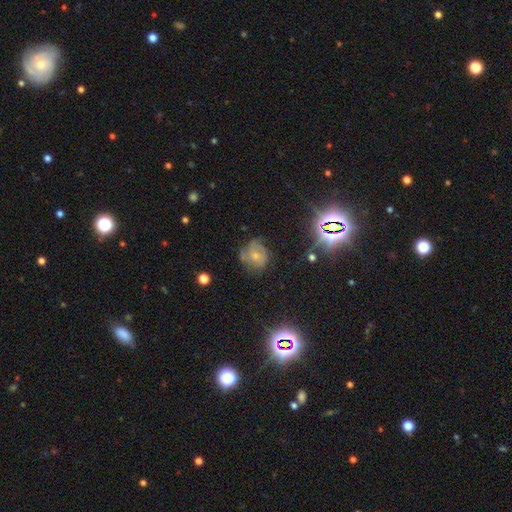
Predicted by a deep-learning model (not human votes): Q: Smooth or featured?
A: featured or disk (45%); runner-up: smooth (39%)
Q: Merging?
A: none (56%); runner-up: minor disturbance (28%)